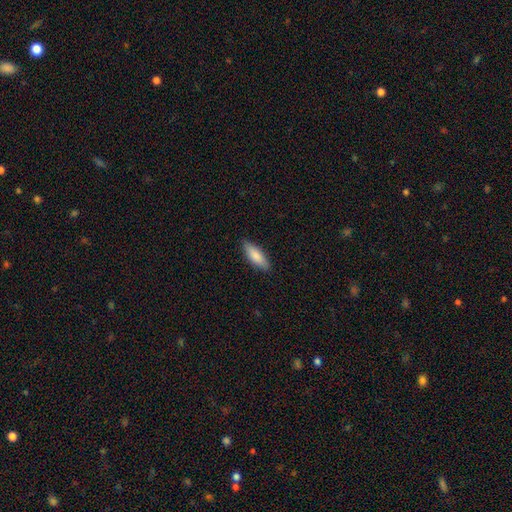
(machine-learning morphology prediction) Smooth or featured?
  - smooth: 84% *
  - featured or disk: 11%
  - star or artifact: 5%
How rounded?
  - in between: 55% *
  - cigar-shaped: 44%
  - round: 2%
Merging?
  - none: 88% *
  - minor disturbance: 9%
  - major disturbance: 2%
  - merger: 1%